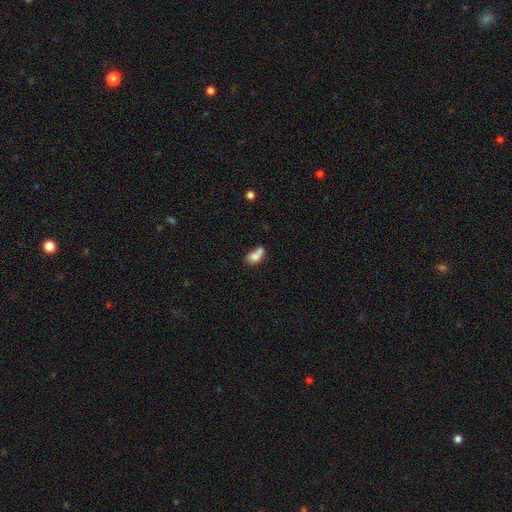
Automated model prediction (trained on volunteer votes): Smooth or featured?
  - smooth: 73% *
  - featured or disk: 17%
  - star or artifact: 10%
How rounded?
  - in between: 72% *
  - round: 25%
  - cigar-shaped: 3%
Merging?
  - merger: 59% *
  - none: 22%
  - minor disturbance: 11%
  - major disturbance: 7%